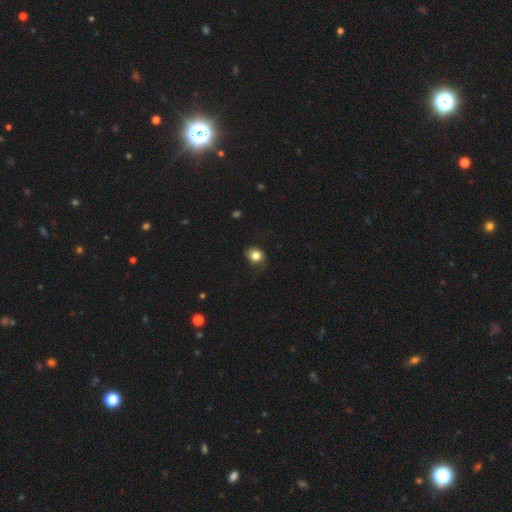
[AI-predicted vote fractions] smooth-or-featured: smooth: 82% | star or artifact: 10% | featured or disk: 8%
  how-rounded: round: 64% | in between: 35% | cigar-shaped: 1%
  merging: none: 69% | minor disturbance: 23% | major disturbance: 7% | merger: 1%